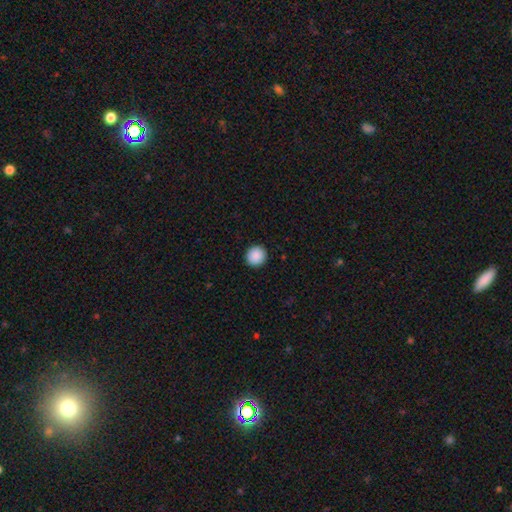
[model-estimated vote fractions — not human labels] Smooth or featured? Predicted: smooth (p=0.90). How rounded? Predicted: round (p=0.94). Merging? Predicted: none (p=0.93).